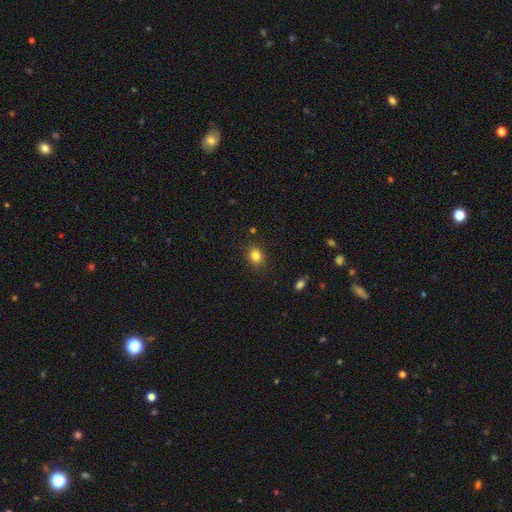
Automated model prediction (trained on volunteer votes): A smooth galaxy with no disk features (83%) that is round (54%). Merging: none (86%).